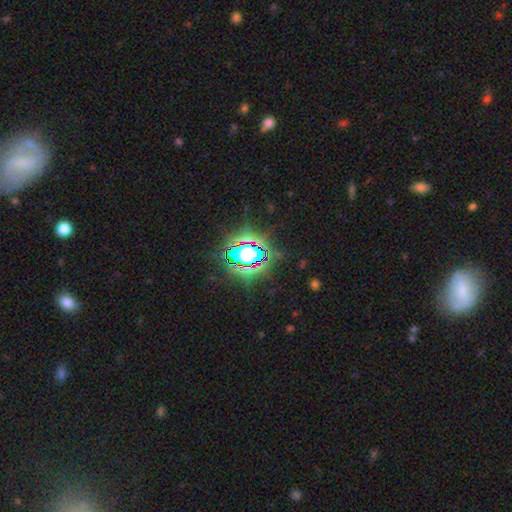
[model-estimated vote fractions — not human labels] This appears to be a star or artifact, not a galaxy (78%).